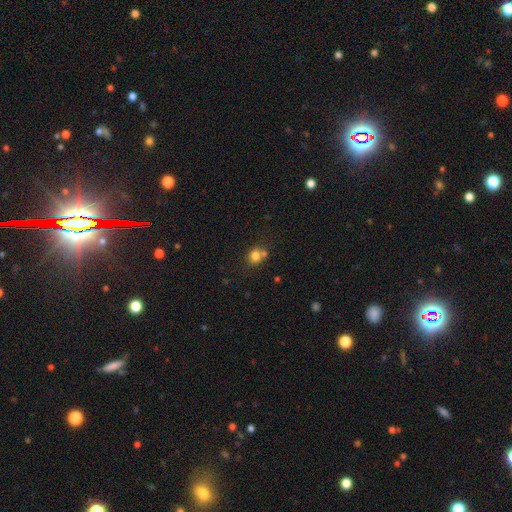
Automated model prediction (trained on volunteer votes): This is likely a smooth galaxy (78%). How rounded: likely round (74%). Merging: possibly none (53%).